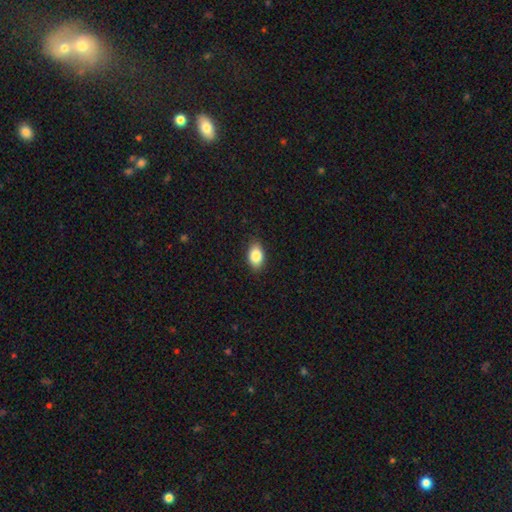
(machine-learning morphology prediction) smooth 85%, star or artifact 8%, featured or disk 7%. Down the decision tree: how rounded — in between (88%); merging — none (87%).